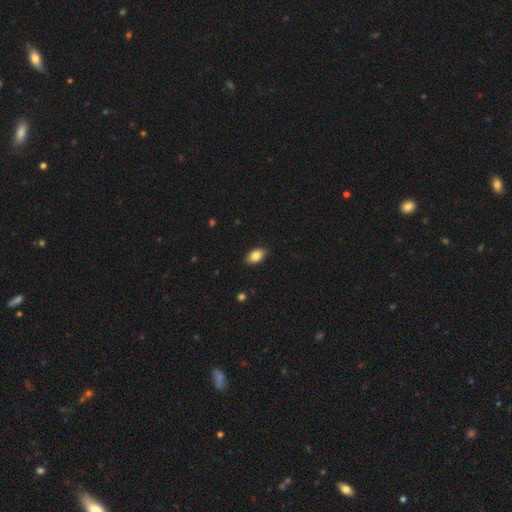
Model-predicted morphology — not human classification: This appears to be a smooth galaxy with no disk features (84%) that is in between round and cigar-shaped (91%). Merging: none (88%).